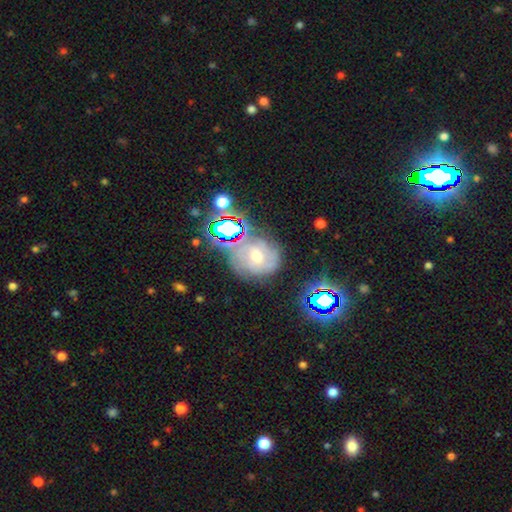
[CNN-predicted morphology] Overall: featured or disk (55%; star or artifact 24%). Edge-on disk: no (96%). Bar: no (60%; weak 30%). Spiral arms: yes (84%). Bulge size: moderate (59%; small 34%). Merging: none (64%).